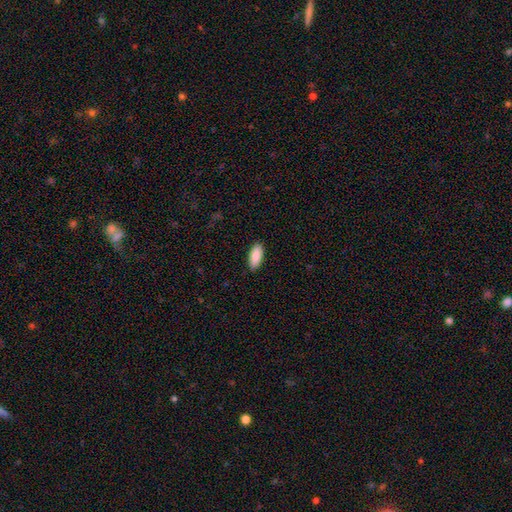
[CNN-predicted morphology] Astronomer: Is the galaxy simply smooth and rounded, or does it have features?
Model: smooth — 90%.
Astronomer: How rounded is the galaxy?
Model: in between — 83%.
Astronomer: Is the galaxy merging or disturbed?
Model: none — 90%.